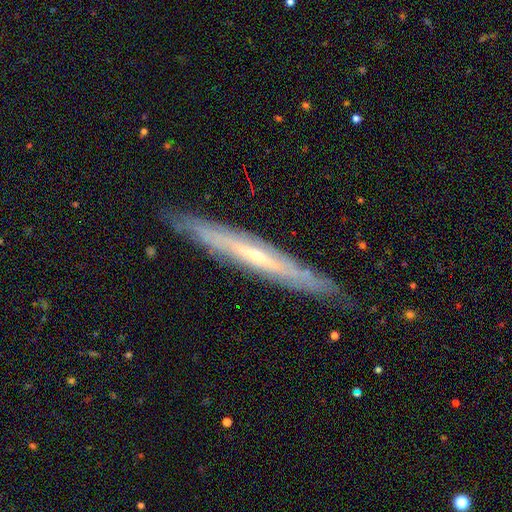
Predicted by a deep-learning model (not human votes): Smooth or featured? featured or disk (75%)
Edge-on disk? yes (83%)
Edge-on bulge? none (51%)
Merging? none (86%)